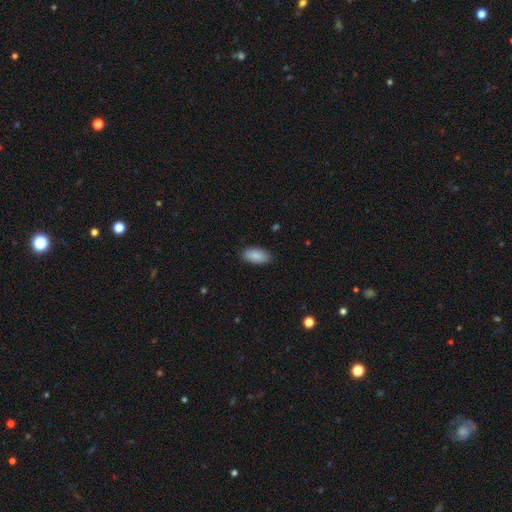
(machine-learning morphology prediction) Smooth or featured? Predicted: smooth (p=0.87). How rounded? Predicted: in between (p=0.92). Merging? Predicted: none (p=0.86).